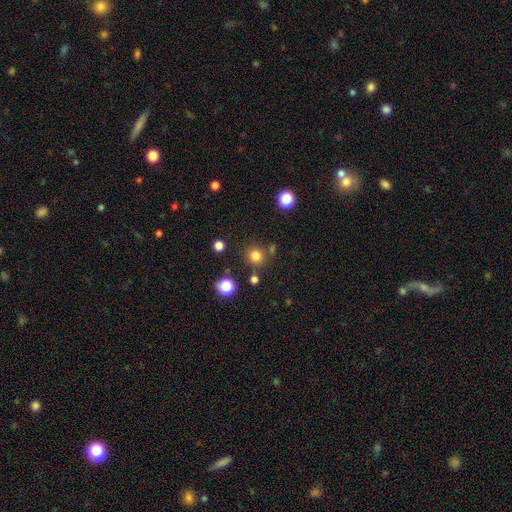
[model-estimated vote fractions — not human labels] Q: Smooth or featured?
A: smooth (80%); runner-up: star or artifact (15%)
Q: How rounded?
A: round (91%); runner-up: in between (8%)
Q: Merging?
A: none (81%); runner-up: minor disturbance (8%)